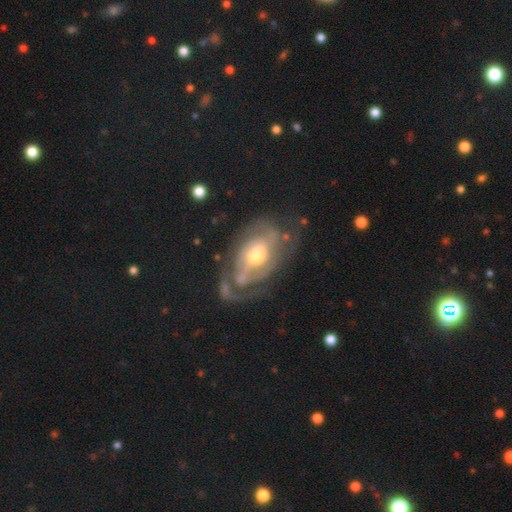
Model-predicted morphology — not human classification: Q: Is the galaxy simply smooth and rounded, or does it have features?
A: featured or disk — 85%.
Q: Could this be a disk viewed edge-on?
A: no — 95%.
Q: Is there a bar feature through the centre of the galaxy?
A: no — 50%.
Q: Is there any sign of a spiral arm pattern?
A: yes — 90%.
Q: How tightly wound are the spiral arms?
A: tight — 53%.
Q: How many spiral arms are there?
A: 2 — 37%.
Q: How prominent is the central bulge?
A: moderate — 64%.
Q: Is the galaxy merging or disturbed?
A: none — 56%.